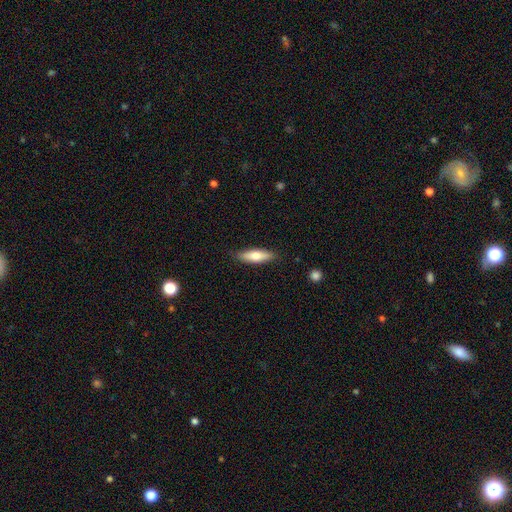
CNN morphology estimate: Q: Smooth or featured?
A: smooth (69%); runner-up: featured or disk (25%)
Q: How rounded?
A: cigar-shaped (50%); runner-up: in between (48%)
Q: Merging?
A: none (85%); runner-up: minor disturbance (11%)